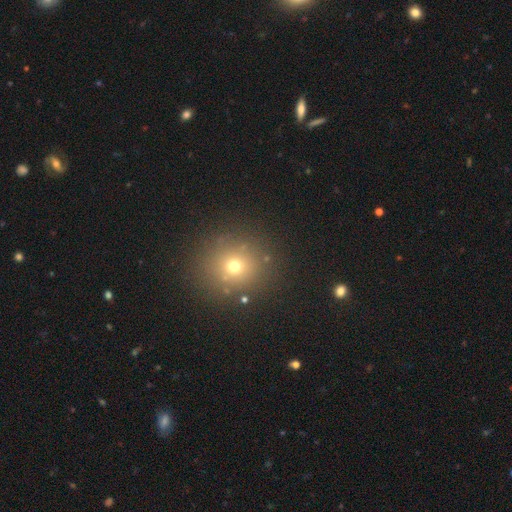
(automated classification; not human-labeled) Smooth or featured?
  - smooth: 58% *
  - star or artifact: 34%
  - featured or disk: 8%
How rounded?
  - round: 88% *
  - in between: 10%
  - cigar-shaped: 1%
Merging?
  - none: 91% *
  - minor disturbance: 5%
  - major disturbance: 2%
  - merger: 1%